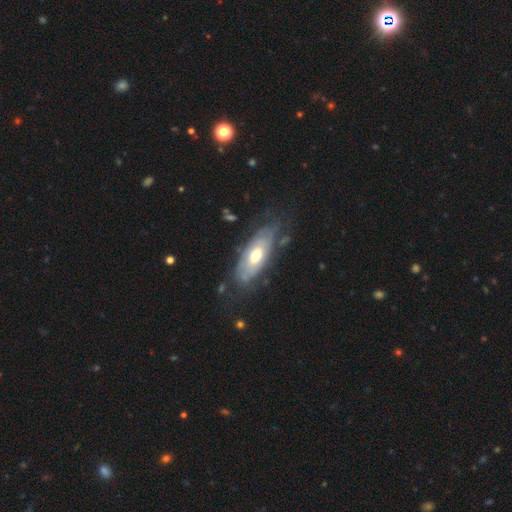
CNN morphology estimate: featured or disk 54%, smooth 40%, star or artifact 5%. Down the decision tree: edge-on disk — no (80%); merging — none (65%).